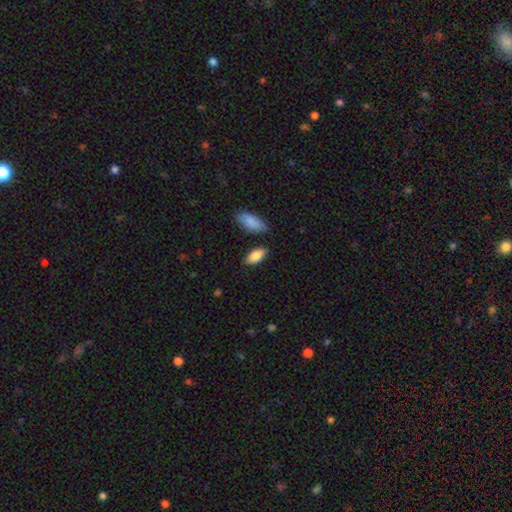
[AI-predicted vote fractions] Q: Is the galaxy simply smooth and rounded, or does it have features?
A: smooth — 87%.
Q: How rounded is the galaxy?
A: in between — 89%.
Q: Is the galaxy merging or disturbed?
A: none — 81%.